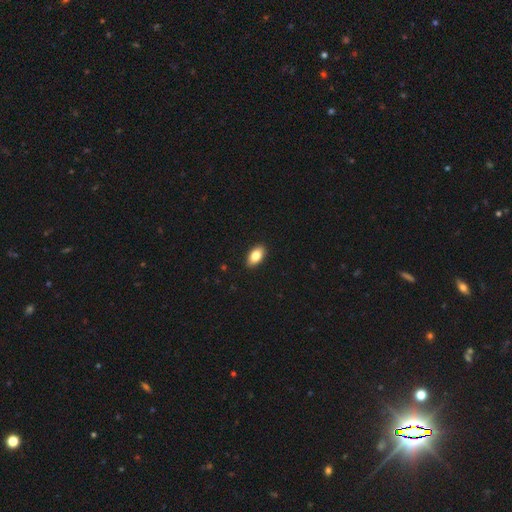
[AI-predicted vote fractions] Smooth or featured: smooth — 82% (featured or disk — 11%)
How rounded: in between — 91% (round — 5%)
Merging: none — 90% (minor disturbance — 7%)